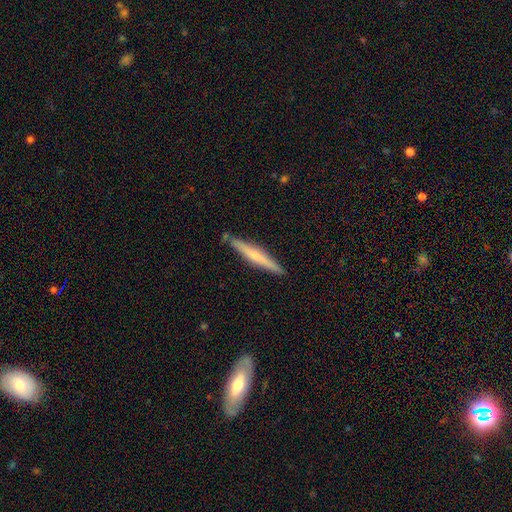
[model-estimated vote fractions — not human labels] The model was most divided on "smooth or featured": featured or disk: 48%, smooth: 47%, star or artifact: 6%. More confident: merging — none (87%).